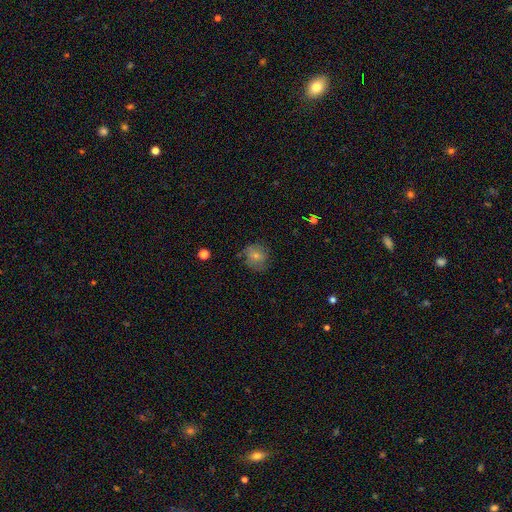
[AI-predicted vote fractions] This appears to be a smooth galaxy with no disk features (56%) that is round (79%). Merging: none (75%).